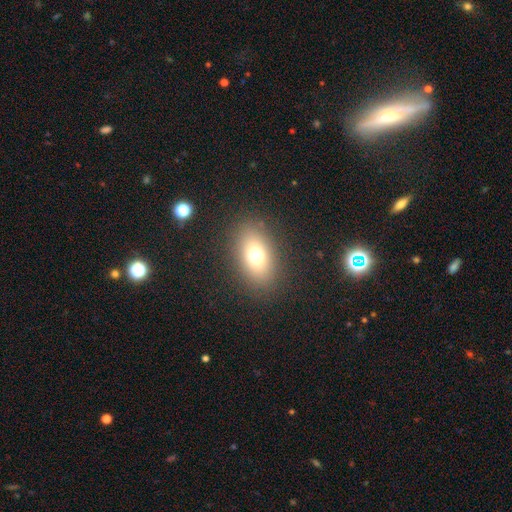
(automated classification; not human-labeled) The model was most divided on "how rounded": in between: 74%, round: 24%, cigar-shaped: 2%. More confident: merging — none (85%); smooth or featured — smooth (69%).